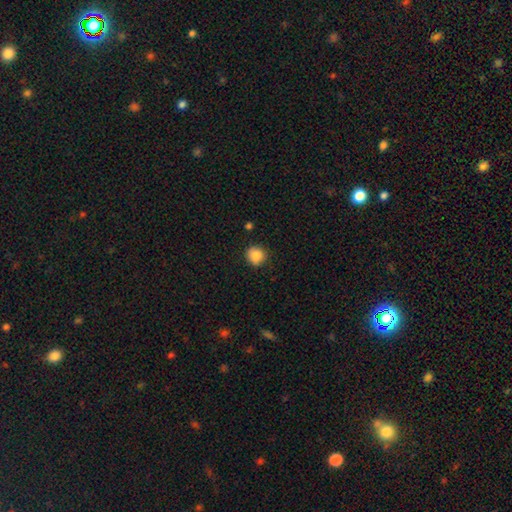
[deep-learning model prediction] The model was most divided on "merging": none: 77%, minor disturbance: 18%, major disturbance: 3%, merger: 2%. More confident: smooth or featured — smooth (86%); how rounded — round (84%).